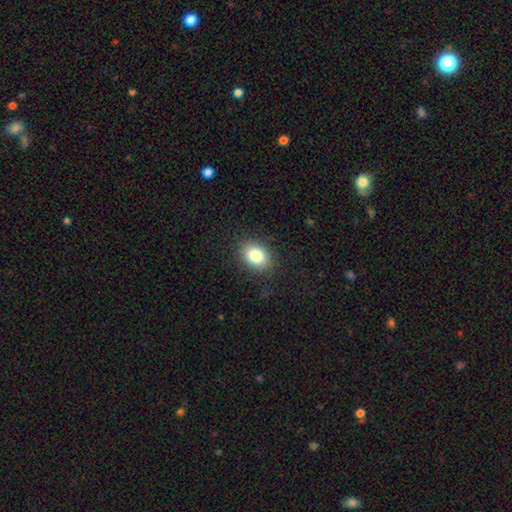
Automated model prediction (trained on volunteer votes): A smooth galaxy with no disk features (84%) that is in between round and cigar-shaped (69%).

Vote fractions:
- Smooth or featured? smooth: 84% / star or artifact: 9% / featured or disk: 8%
- How rounded? in between: 69% / round: 30% / cigar-shaped: 1%
- Merging? none: 86% / minor disturbance: 10% / major disturbance: 4% / merger: 1%